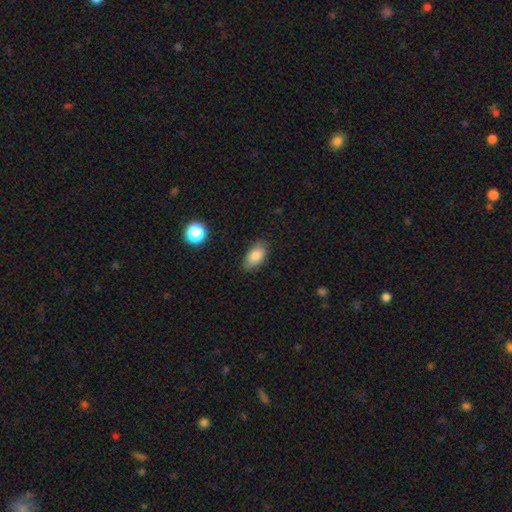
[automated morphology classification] A smooth galaxy with no disk features (85%) that is in between round and cigar-shaped (92%).

Vote fractions:
- Smooth or featured? smooth: 85% / star or artifact: 8% / featured or disk: 7%
- How rounded? in between: 92% / round: 5% / cigar-shaped: 3%
- Merging? none: 83% / minor disturbance: 13% / major disturbance: 3% / merger: 1%